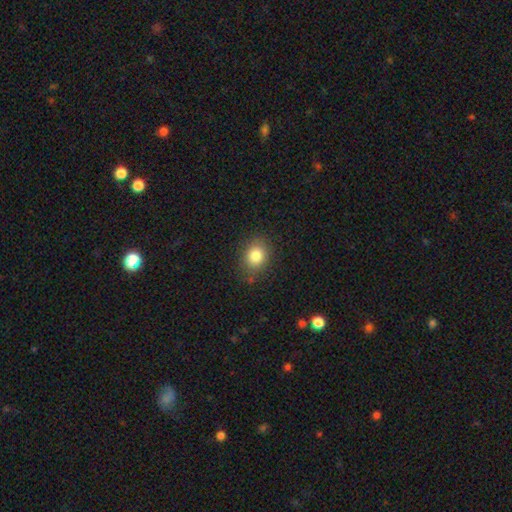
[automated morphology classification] type=smooth (83%); roundness=in between (52%); merging=none (83%).